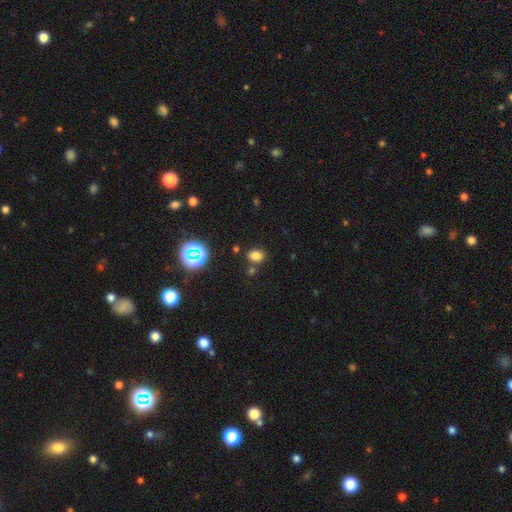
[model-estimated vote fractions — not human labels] smooth-or-featured: smooth: 77% | star or artifact: 18% | featured or disk: 6%
  how-rounded: in between: 65% | round: 34% | cigar-shaped: 1%
  merging: none: 78% | minor disturbance: 11% | merger: 9% | major disturbance: 3%